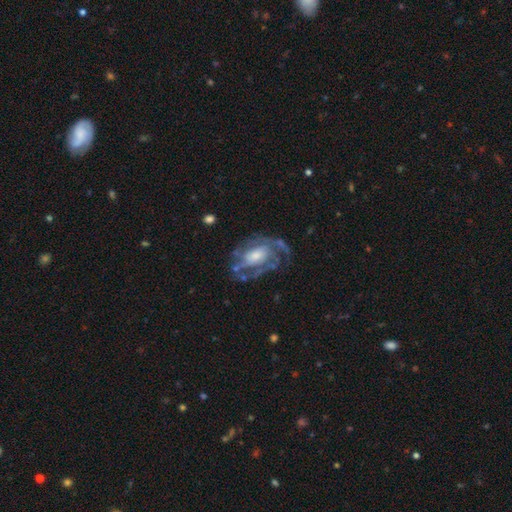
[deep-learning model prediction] smooth_or_featured: featured or disk (p=0.83) [alt: smooth p=0.12]
disk_edge_on: no (p=0.97) [alt: yes p=0.03]
bar: no (p=0.59) [alt: weak p=0.31]
has_spiral_arms: yes (p=0.88) [alt: no p=0.12]
spiral_winding: tight (p=0.43) [alt: medium p=0.42]
spiral_arm_count: can't tell (p=0.29) [alt: 2 p=0.28]
bulge_size: moderate (p=0.39) [alt: large p=0.27]
merging: none (p=0.58) [alt: minor disturbance p=0.20]